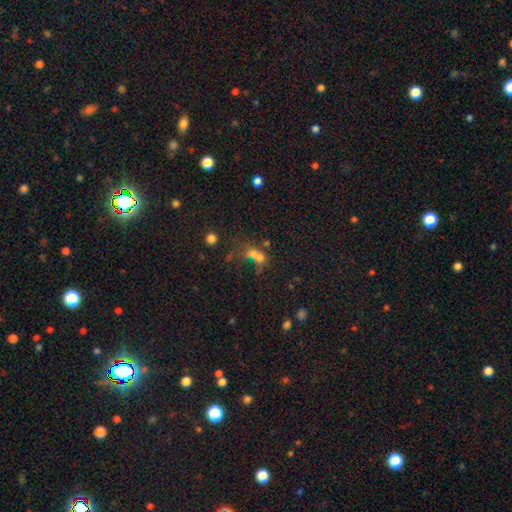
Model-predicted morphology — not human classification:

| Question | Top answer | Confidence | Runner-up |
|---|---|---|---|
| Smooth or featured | smooth | 57% | featured or disk (22%) |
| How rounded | round | 62% | in between (36%) |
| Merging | merger | 58% | none (24%) |